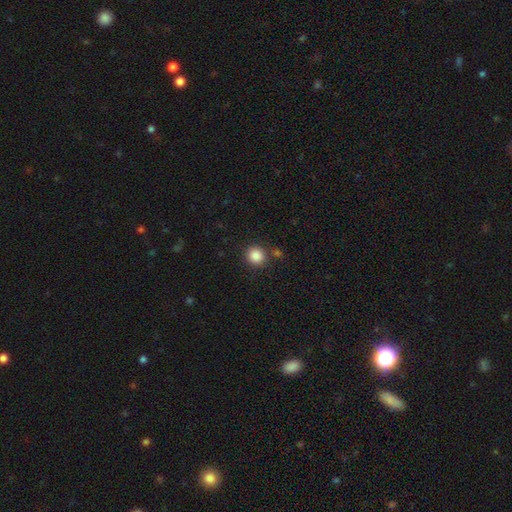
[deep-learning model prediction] The model was most divided on "merging": none: 82%, minor disturbance: 9%, merger: 6%, major disturbance: 3%. More confident: how rounded — round (90%); smooth or featured — smooth (86%).